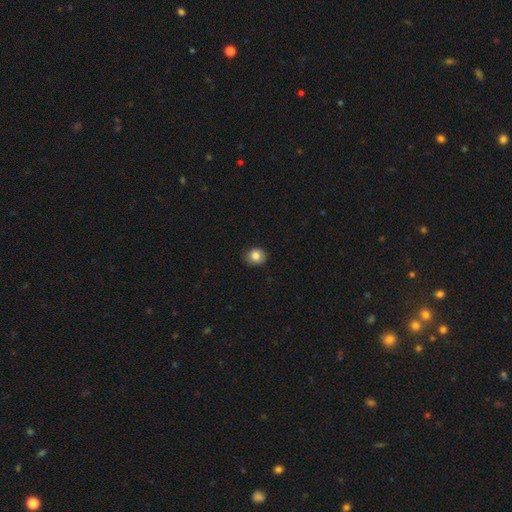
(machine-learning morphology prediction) smooth-or-featured: smooth: 85% | star or artifact: 10% | featured or disk: 6%
  how-rounded: round: 74% | in between: 25% | cigar-shaped: 1%
  merging: none: 84% | minor disturbance: 13% | major disturbance: 2% | merger: 1%